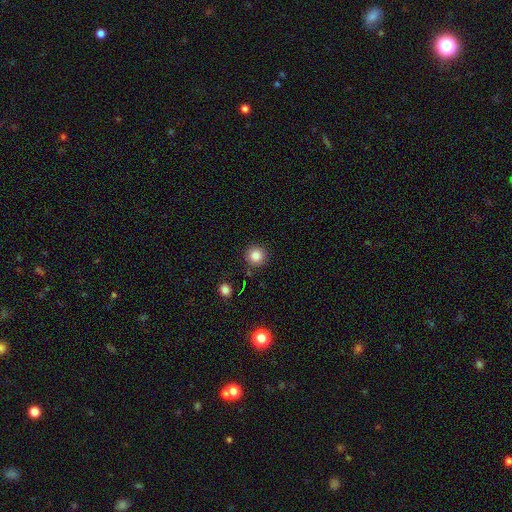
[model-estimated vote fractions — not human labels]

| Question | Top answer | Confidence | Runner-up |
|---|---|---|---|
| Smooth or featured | smooth | 84% | star or artifact (11%) |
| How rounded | round | 95% | in between (4%) |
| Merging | none | 89% | minor disturbance (6%) |